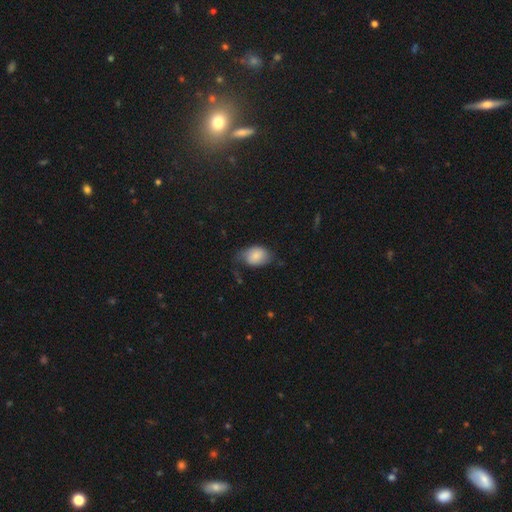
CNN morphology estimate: Smooth or featured?
  - smooth: 78% *
  - featured or disk: 14%
  - star or artifact: 7%
How rounded?
  - in between: 78% *
  - round: 21%
  - cigar-shaped: 1%
Merging?
  - none: 42% *
  - minor disturbance: 36%
  - major disturbance: 20%
  - merger: 2%